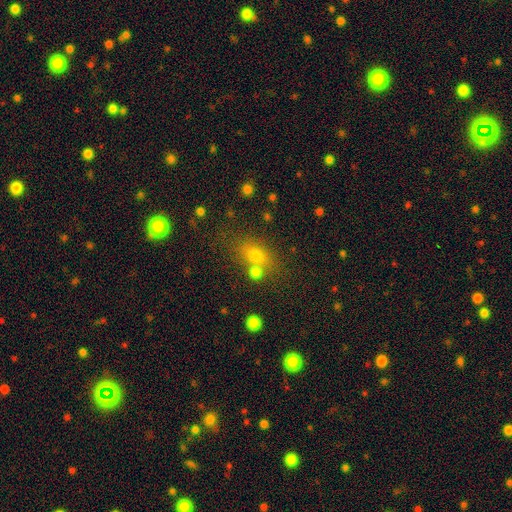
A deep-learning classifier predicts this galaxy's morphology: smooth-or-featured: smooth: 71% | star or artifact: 16% | featured or disk: 13%
  how-rounded: in between: 62% | round: 34% | cigar-shaped: 4%
  merging: none: 58% | merger: 24% | minor disturbance: 13% | major disturbance: 5%